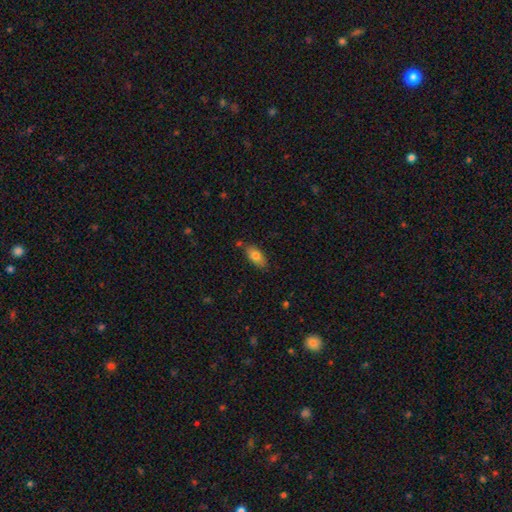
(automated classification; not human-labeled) This is likely a smooth galaxy (77%). How rounded: clearly in between (87%). Merging: likely none (78%).